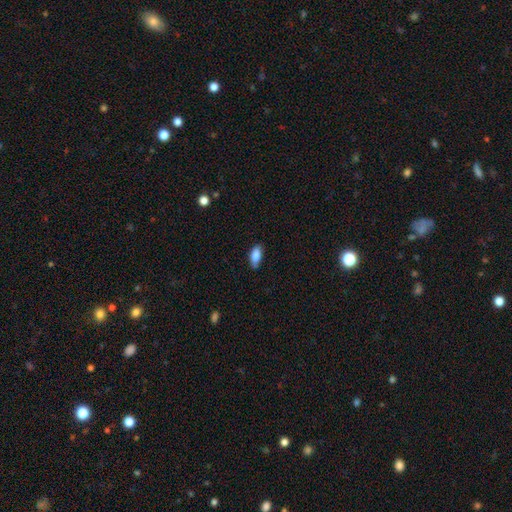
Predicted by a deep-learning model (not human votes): The model was most divided on "merging": none: 76%, minor disturbance: 19%, major disturbance: 3%, merger: 2%. More confident: how rounded — in between (87%); smooth or featured — smooth (84%).